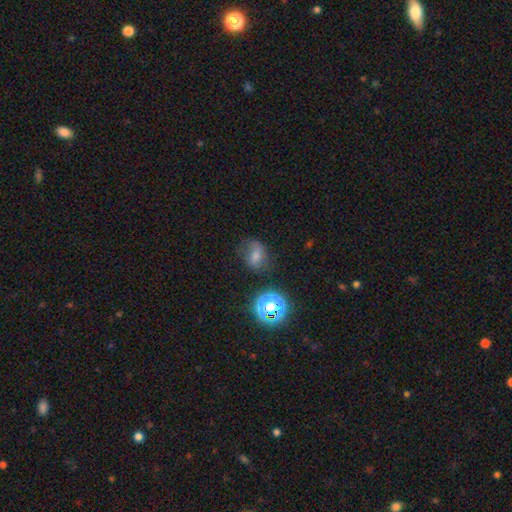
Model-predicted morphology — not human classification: Q: Smooth or featured?
A: smooth (62%); runner-up: star or artifact (20%)
Q: How rounded?
A: in between (56%); runner-up: round (43%)
Q: Merging?
A: none (59%); runner-up: minor disturbance (25%)